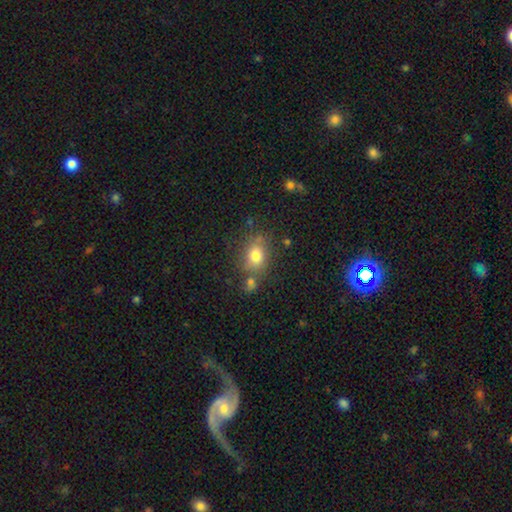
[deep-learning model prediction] smooth_or_featured: smooth (p=0.76) [alt: featured or disk p=0.12]
how_rounded: in between (p=0.53) [alt: round p=0.45]
merging: none (p=0.64) [alt: minor disturbance p=0.17]